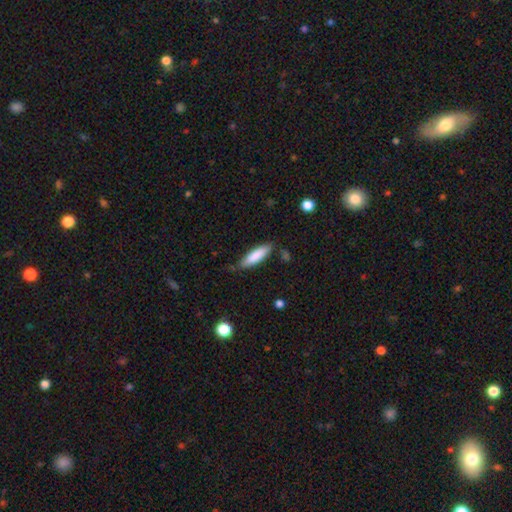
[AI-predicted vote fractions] A smooth galaxy with no disk features (84%) that is cigar-shaped (59%).

Vote fractions:
- Smooth or featured? smooth: 84% / featured or disk: 10% / star or artifact: 6%
- How rounded? cigar-shaped: 59% / in between: 39% / round: 1%
- Merging? none: 76% / minor disturbance: 18% / major disturbance: 4% / merger: 3%